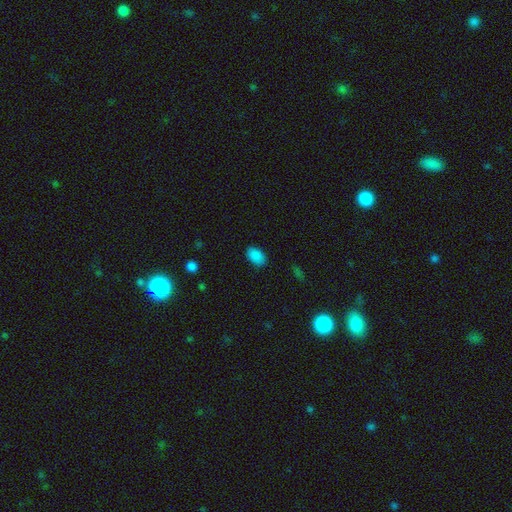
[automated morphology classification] Smooth or featured?
  - smooth: 88% *
  - star or artifact: 9%
  - featured or disk: 4%
How rounded?
  - in between: 90% *
  - round: 9%
  - cigar-shaped: 1%
Merging?
  - none: 86% *
  - minor disturbance: 10%
  - major disturbance: 3%
  - merger: 1%